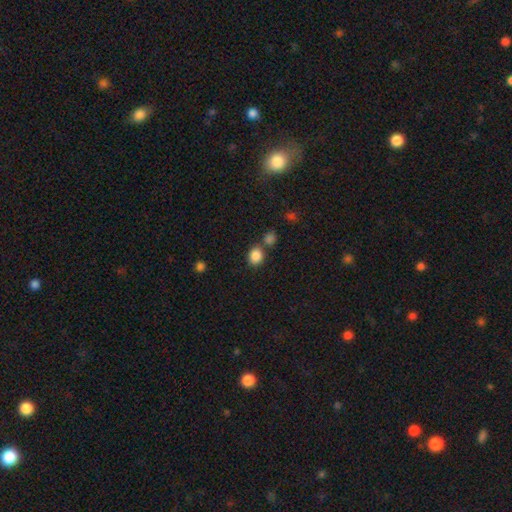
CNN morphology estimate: Smooth or featured?
  - smooth: 86% *
  - star or artifact: 10%
  - featured or disk: 5%
How rounded?
  - round: 58% *
  - in between: 41%
  - cigar-shaped: 1%
Merging?
  - none: 65% *
  - merger: 22%
  - minor disturbance: 10%
  - major disturbance: 3%